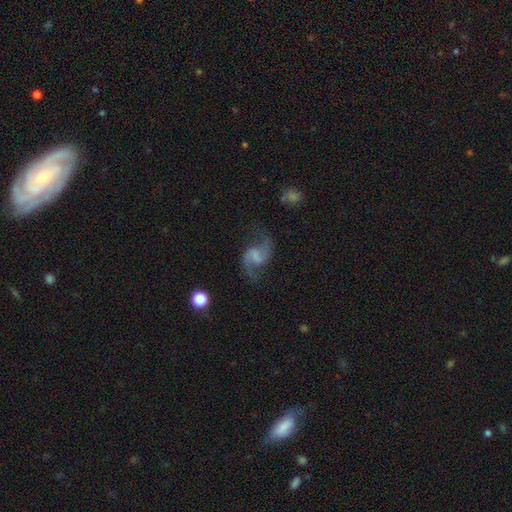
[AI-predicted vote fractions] smooth-or-featured: featured or disk: 86% | smooth: 7% | star or artifact: 7%
  disk-edge-on: no: 98% | yes: 2%
    bar: weak: 51% | strong: 29% | no: 20%
    has-spiral-arms: yes: 96% | no: 4%
      spiral-winding: loose: 66% | medium: 29% | tight: 5%
      spiral-arm-count: 2: 93% | 1: 2% | can't tell: 2% | 3: 1% | 4: 1% | more than 4: 1%
    bulge-size: none: 59% | small: 21% | moderate: 14% | large: 5% | dominant: 1%
  merging: none: 73% | minor disturbance: 14% | major disturbance: 11% | merger: 2%